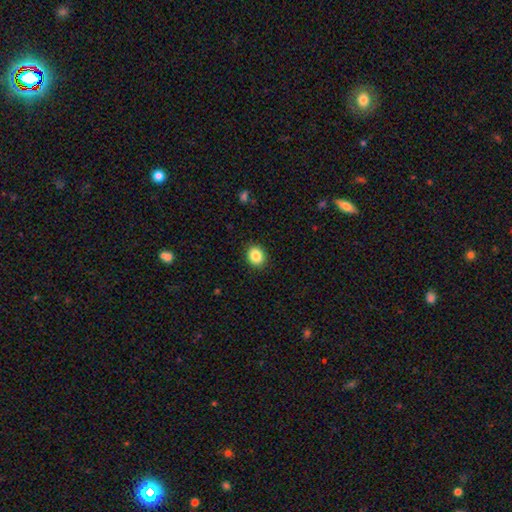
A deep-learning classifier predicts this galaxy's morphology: Smooth or featured? smooth (86%)
How rounded? round (64%)
Merging? none (90%)